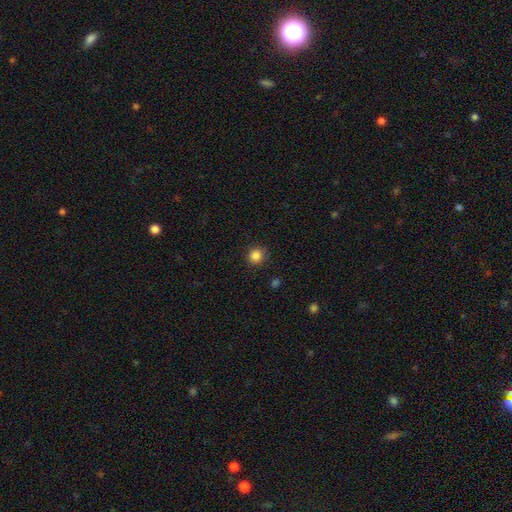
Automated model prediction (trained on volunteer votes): smooth_or_featured: smooth (p=0.85) [alt: star or artifact p=0.11]
how_rounded: round (p=0.92) [alt: in between p=0.08]
merging: none (p=0.88) [alt: minor disturbance p=0.09]